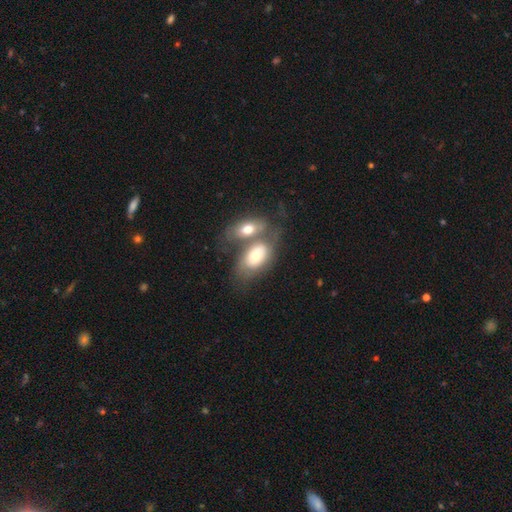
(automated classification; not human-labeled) Q: Smooth or featured?
A: smooth (60%); runner-up: featured or disk (34%)
Q: How rounded?
A: in between (91%); runner-up: round (7%)
Q: Merging?
A: merger (61%); runner-up: none (22%)